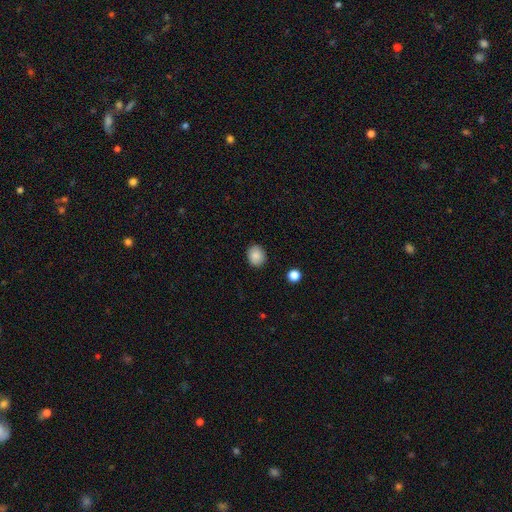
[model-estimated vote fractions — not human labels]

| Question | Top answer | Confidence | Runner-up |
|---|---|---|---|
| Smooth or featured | smooth | 87% | star or artifact (9%) |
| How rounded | round | 63% | in between (36%) |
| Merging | none | 88% | minor disturbance (9%) |